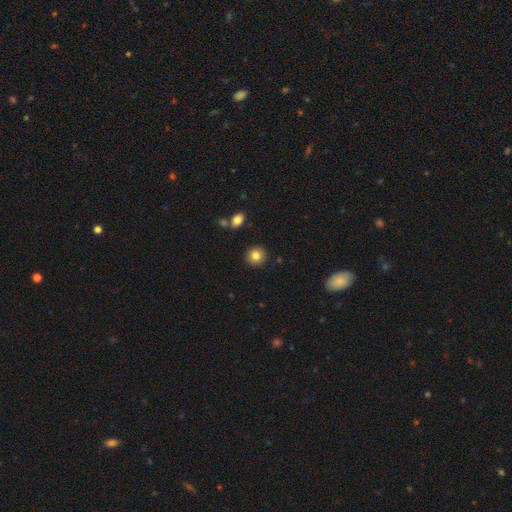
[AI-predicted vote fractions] Morphology: type=smooth (82%); roundness=round (90%); merging=none (90%).